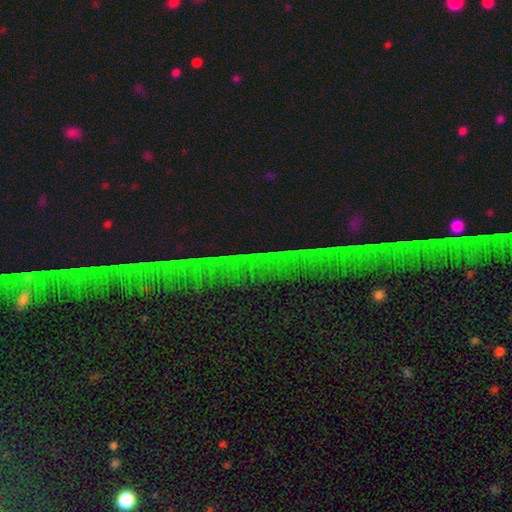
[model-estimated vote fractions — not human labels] Smooth or featured?
  - star or artifact: 77% *
  - featured or disk: 12%
  - smooth: 11%